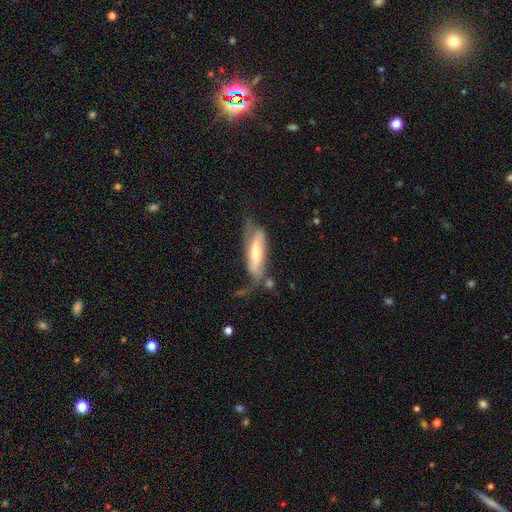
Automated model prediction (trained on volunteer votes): The model was most divided on "merging": none: 34%, major disturbance: 31%, minor disturbance: 26%, merger: 9%. More confident: edge-on disk — no (68%); smooth or featured — featured or disk (55%).